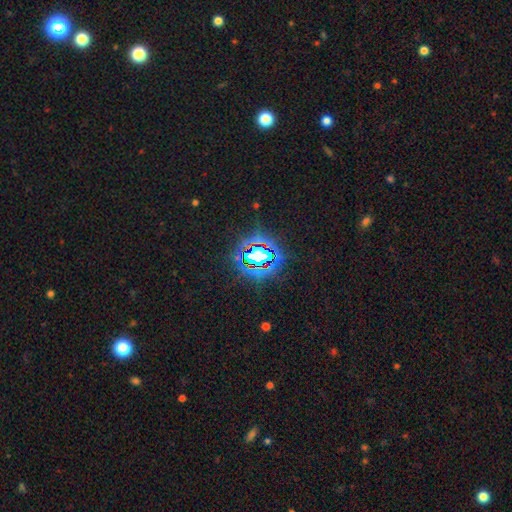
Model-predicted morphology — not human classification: smooth-or-featured: star or artifact: 76% | smooth: 14% | featured or disk: 10%